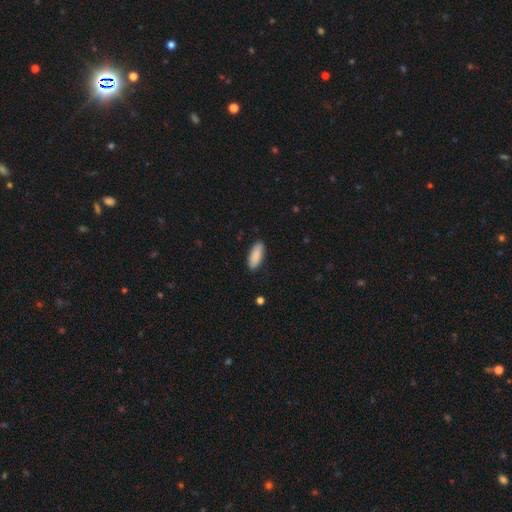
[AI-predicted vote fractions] Smooth or featured: smooth — 89% (star or artifact — 6%)
How rounded: in between — 71% (cigar-shaped — 28%)
Merging: none — 87% (minor disturbance — 10%)